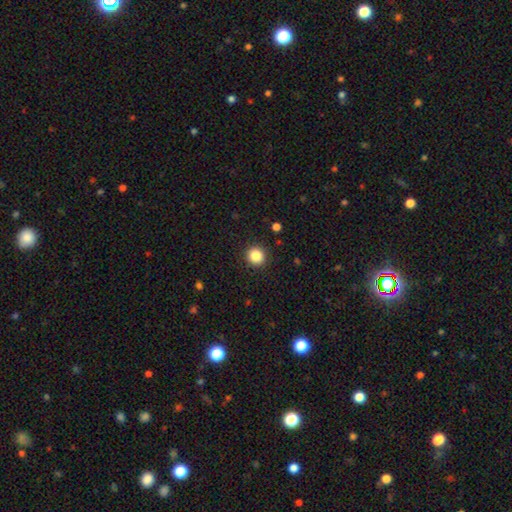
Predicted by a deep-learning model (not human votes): Q: Smooth or featured?
A: smooth (86%); runner-up: star or artifact (10%)
Q: How rounded?
A: round (93%); runner-up: in between (6%)
Q: Merging?
A: none (92%); runner-up: minor disturbance (5%)